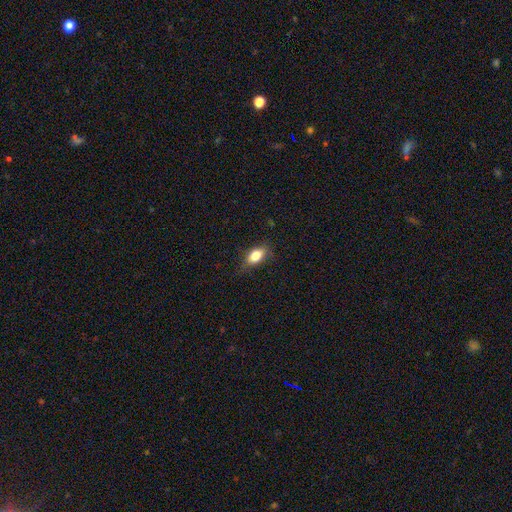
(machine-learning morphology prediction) smooth_or_featured: smooth (p=0.79) [alt: featured or disk p=0.13]
how_rounded: in between (p=0.83) [alt: round p=0.10]
merging: none (p=0.75) [alt: minor disturbance p=0.19]